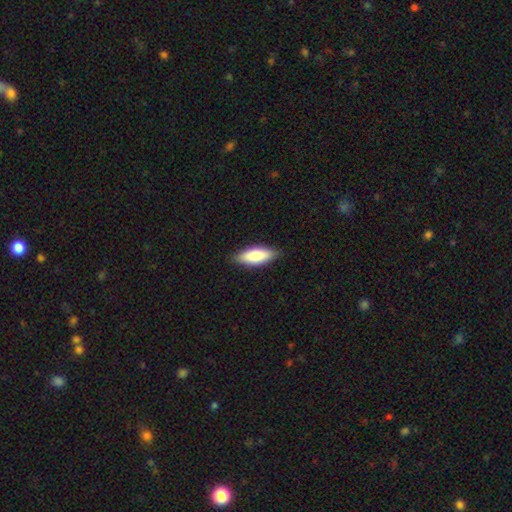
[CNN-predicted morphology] Smooth or featured? smooth (81%)
How rounded? in between (72%)
Merging? none (86%)